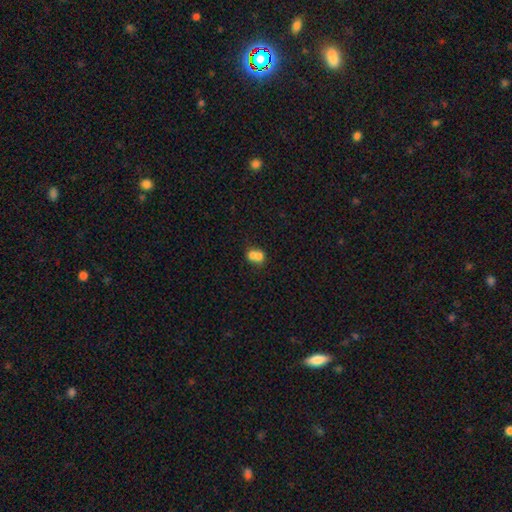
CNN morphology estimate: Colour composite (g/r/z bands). It shows a smooth galaxy with no disk features (70%) that is round (65%). Merging: merger (70%).